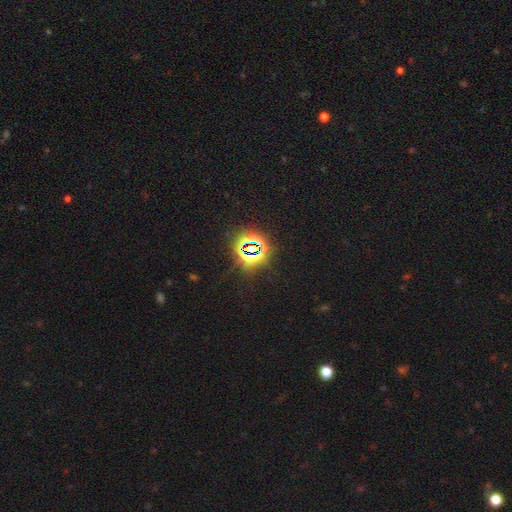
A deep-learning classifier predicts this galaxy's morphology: Q: Smooth or featured?
A: star or artifact (80%); runner-up: smooth (12%)